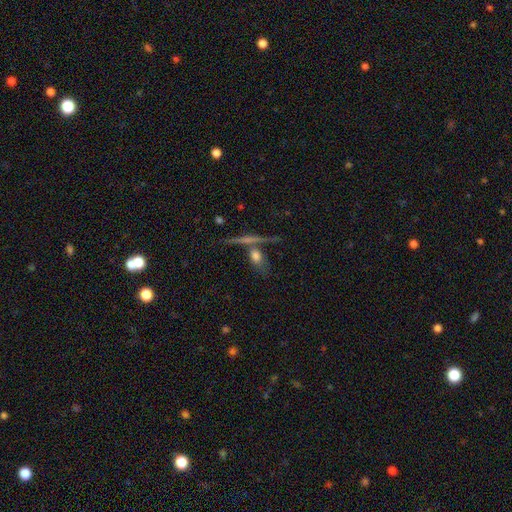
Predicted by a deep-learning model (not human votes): smooth-or-featured: smooth: 58% | featured or disk: 30% | star or artifact: 12%
  how-rounded: in between: 47% | round: 28% | cigar-shaped: 25%
  merging: none: 54% | merger: 26% | minor disturbance: 13% | major disturbance: 8%